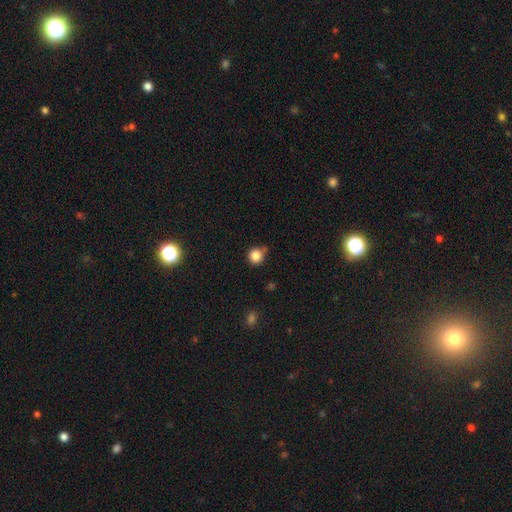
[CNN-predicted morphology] Smooth or featured? smooth (84%)
How rounded? round (91%)
Merging? none (68%)